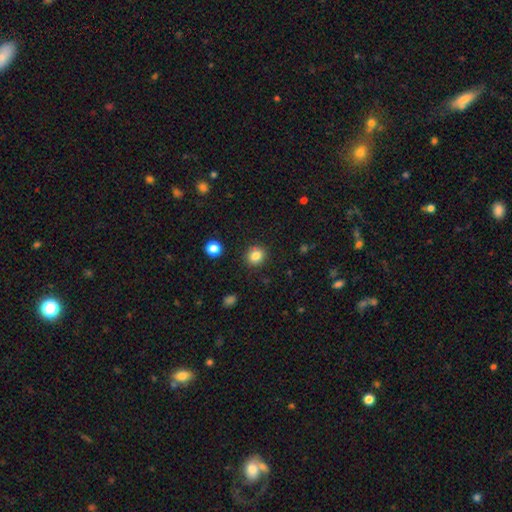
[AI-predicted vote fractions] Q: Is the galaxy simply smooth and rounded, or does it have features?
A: smooth — 83%.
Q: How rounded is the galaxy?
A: round — 81%.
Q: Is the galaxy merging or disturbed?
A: none — 87%.